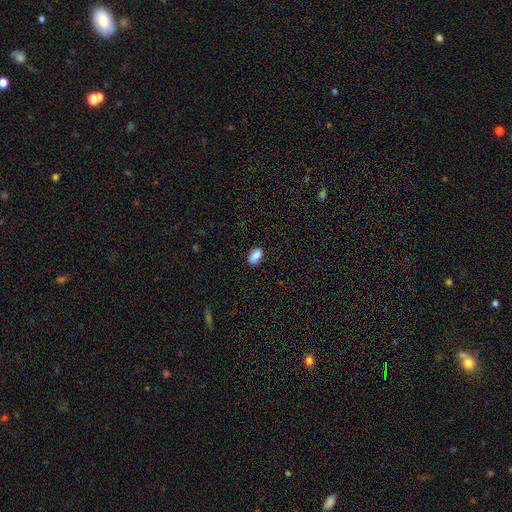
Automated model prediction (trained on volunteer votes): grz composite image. It shows a smooth galaxy with no disk features (87%) that is in between round and cigar-shaped (90%). Merging: none (86%).